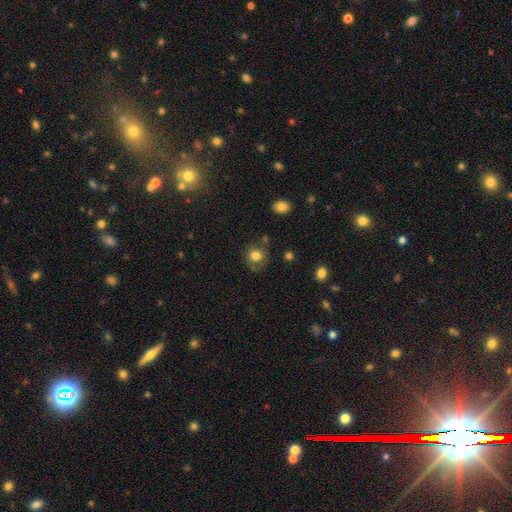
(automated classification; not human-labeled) smooth 80%, star or artifact 11%, featured or disk 9%. Down the decision tree: how rounded — round (85%); merging — none (73%).